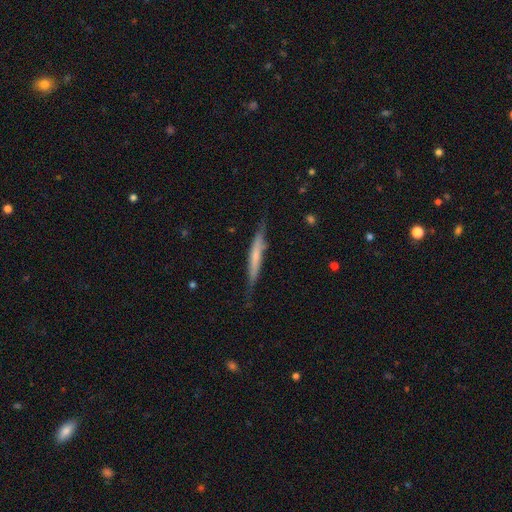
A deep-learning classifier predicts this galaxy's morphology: type=smooth (48%); merging=none (71%).